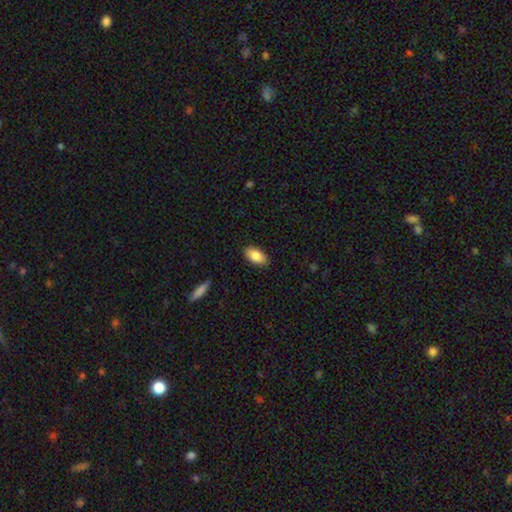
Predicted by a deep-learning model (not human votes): This appears to be a smooth galaxy with no disk features (85%) that is in between round and cigar-shaped (93%). Merging: none (88%).